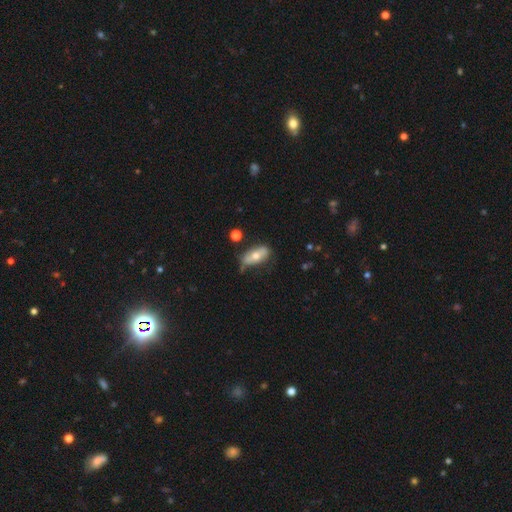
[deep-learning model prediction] This appears to be a smooth galaxy with no disk features (58%) that is in between round and cigar-shaped (83%). Merging: none (58%).